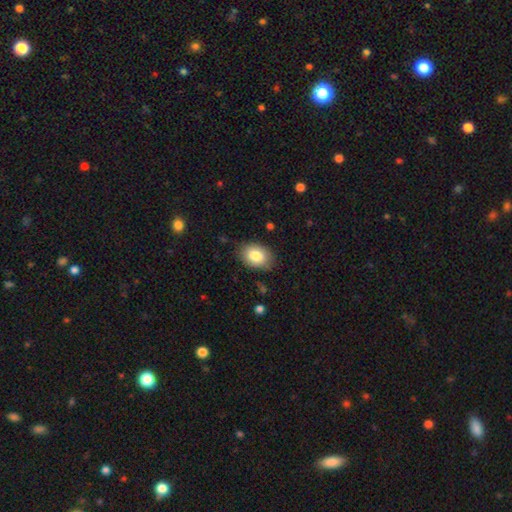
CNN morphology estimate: type=smooth (84%); roundness=in between (83%); merging=none (83%).